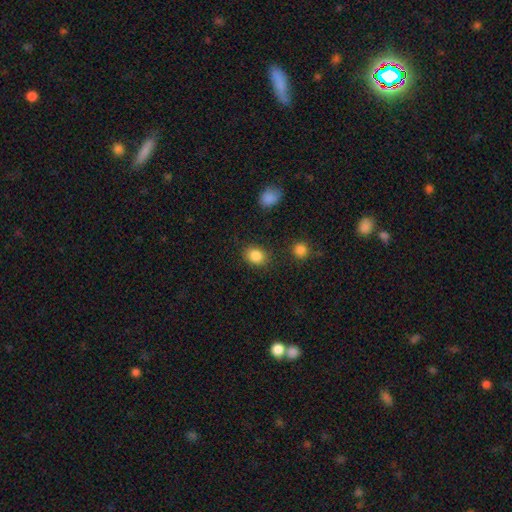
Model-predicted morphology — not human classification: Smooth or featured: smooth — 86% (star or artifact — 9%)
How rounded: round — 51% (in between — 48%)
Merging: none — 83% (minor disturbance — 10%)